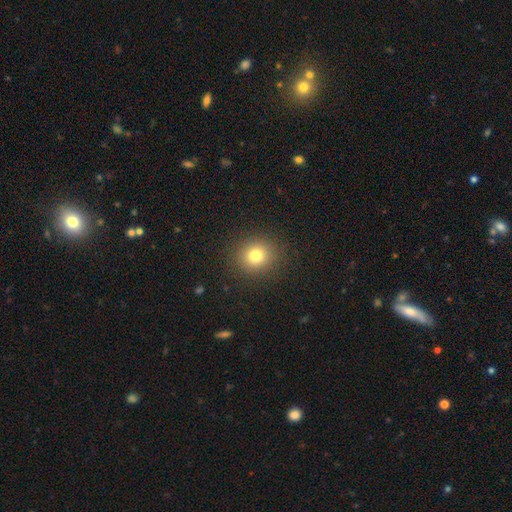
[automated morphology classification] This appears to be a smooth galaxy with no disk features (78%) that is round (81%). Merging: none (89%).